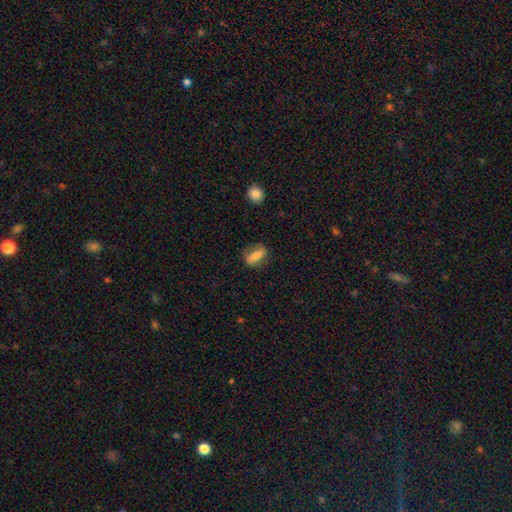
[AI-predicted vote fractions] Smooth or featured? Predicted: smooth (p=0.68). How rounded? Predicted: in between (p=0.63). Merging? Predicted: none (p=0.77).